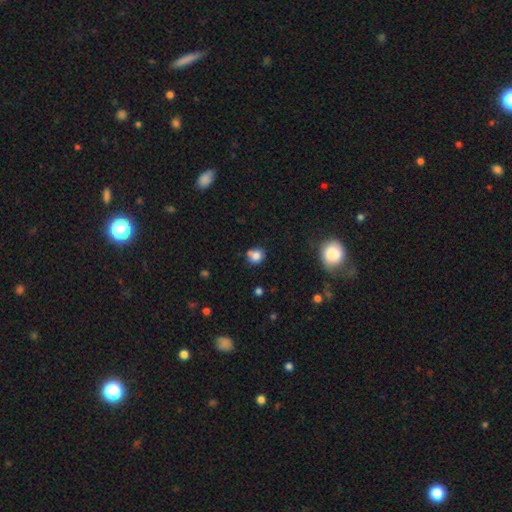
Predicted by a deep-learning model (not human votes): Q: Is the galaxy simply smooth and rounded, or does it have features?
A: smooth — 79%.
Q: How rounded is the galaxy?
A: round — 75%.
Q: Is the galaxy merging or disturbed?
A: none — 56%.